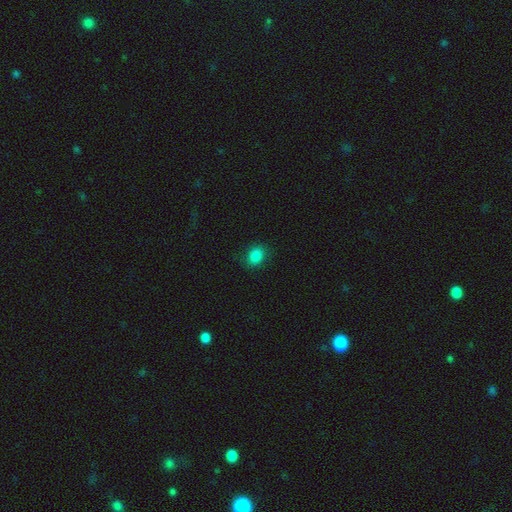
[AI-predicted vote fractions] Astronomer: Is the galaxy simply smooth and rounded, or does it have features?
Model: smooth — 85%.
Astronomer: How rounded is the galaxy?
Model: in between — 52% (runner-up: round, 47%).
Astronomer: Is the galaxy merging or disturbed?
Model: none — 83%.